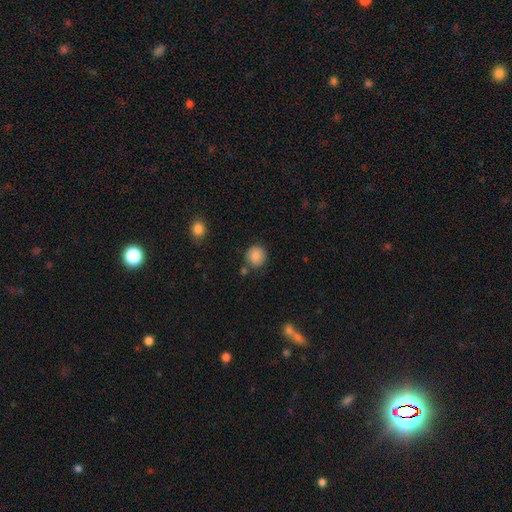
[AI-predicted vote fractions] Smooth or featured? smooth (86%)
How rounded? round (89%)
Merging? none (80%)